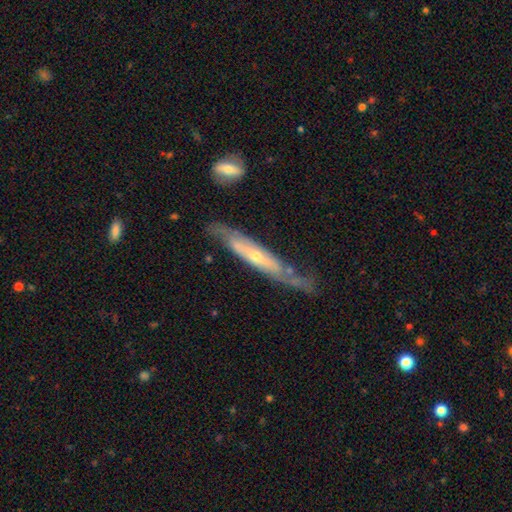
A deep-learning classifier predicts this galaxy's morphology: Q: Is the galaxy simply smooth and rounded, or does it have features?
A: featured or disk — 74%.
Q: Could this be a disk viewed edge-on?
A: yes — 61%.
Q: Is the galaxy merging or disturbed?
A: none — 62%.